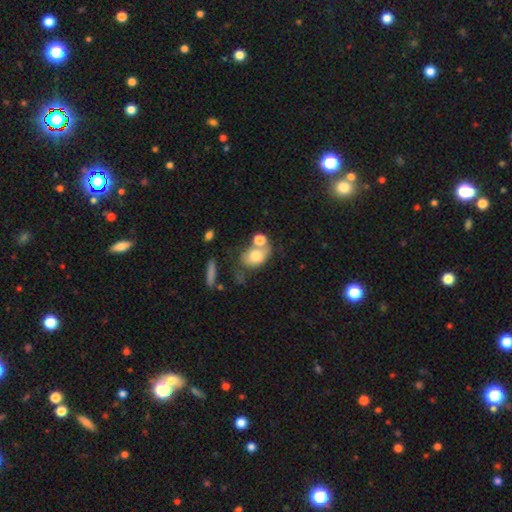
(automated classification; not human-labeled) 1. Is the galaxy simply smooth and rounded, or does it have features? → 70% smooth, 21% featured or disk, 9% star or artifact.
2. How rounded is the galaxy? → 72% in between, 26% round, 2% cigar-shaped.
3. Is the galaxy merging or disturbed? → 39% merger, 35% none, 16% minor disturbance, 10% major disturbance.